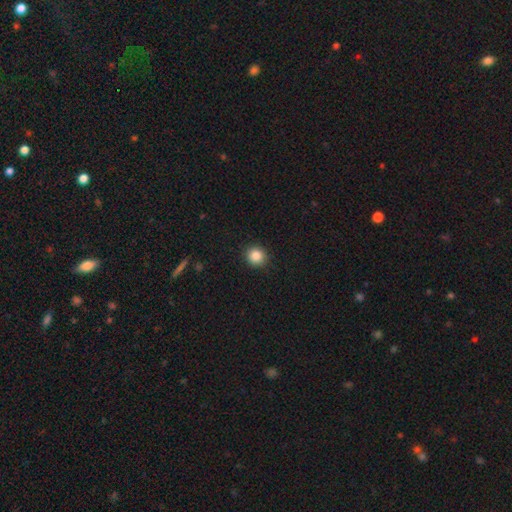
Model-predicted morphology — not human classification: A smooth galaxy with no disk features (86%) that is round (90%).

Vote fractions:
- Smooth or featured? smooth: 86% / star or artifact: 10% / featured or disk: 4%
- How rounded? round: 90% / in between: 9% / cigar-shaped: 1%
- Merging? none: 91% / minor disturbance: 6% / major disturbance: 2% / merger: 1%